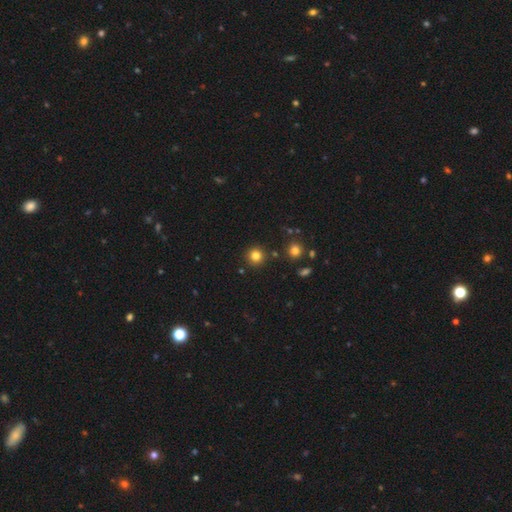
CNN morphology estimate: Overall: smooth (82%). How rounded: round (95%). Merging: none (89%).